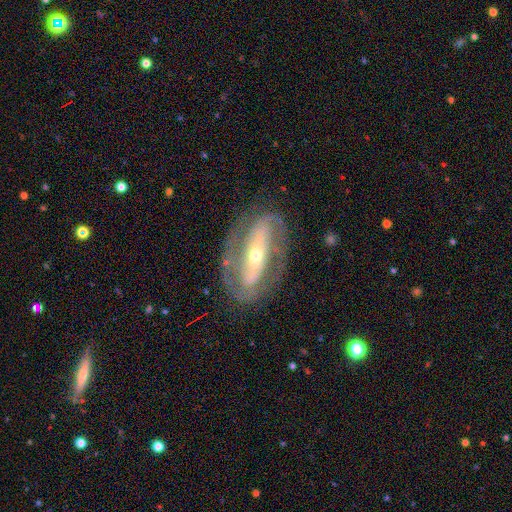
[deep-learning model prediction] smooth_or_featured: featured or disk (p=0.83) [alt: smooth p=0.11]
disk_edge_on: no (p=0.89) [alt: yes p=0.11]
bar: strong (p=0.57) [alt: no p=0.25]
has_spiral_arms: yes (p=0.80) [alt: no p=0.20]
spiral_winding: tight (p=0.44) [alt: medium p=0.39]
spiral_arm_count: 2 (p=0.82) [alt: can't tell p=0.11]
bulge_size: small (p=0.57) [alt: moderate p=0.38]
merging: none (p=0.78) [alt: minor disturbance p=0.13]